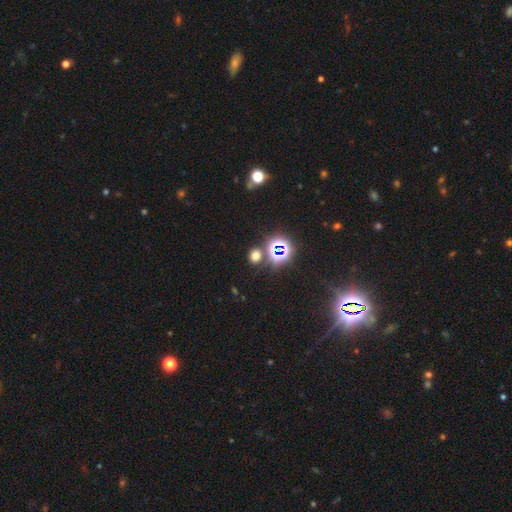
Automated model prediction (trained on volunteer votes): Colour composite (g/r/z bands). It shows a smooth galaxy with no disk features (59%) that is round (67%). Merging: none (79%).